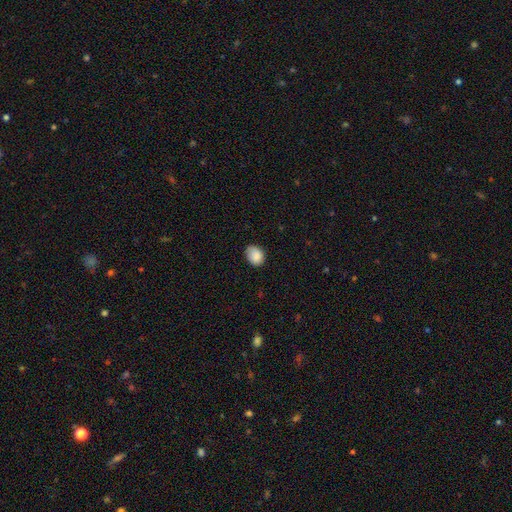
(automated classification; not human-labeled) smooth_or_featured: smooth (p=0.87) [alt: star or artifact p=0.08]
how_rounded: in between (p=0.56) [alt: round p=0.43]
merging: none (p=0.70) [alt: minor disturbance p=0.24]